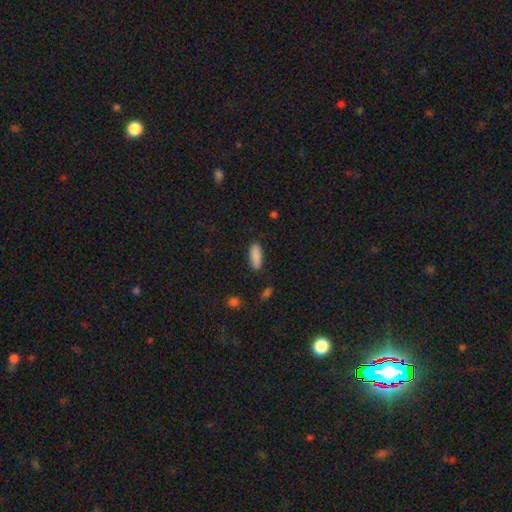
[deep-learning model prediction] smooth 89%, star or artifact 7%, featured or disk 4%. Down the decision tree: how rounded — in between (73%); merging — none (86%).